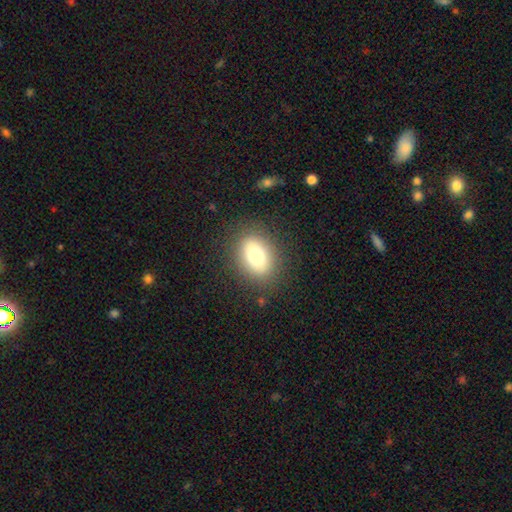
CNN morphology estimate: Smooth or featured?
  - smooth: 77% *
  - featured or disk: 14%
  - star or artifact: 9%
How rounded?
  - in between: 73% *
  - round: 25%
  - cigar-shaped: 2%
Merging?
  - none: 84% *
  - minor disturbance: 10%
  - major disturbance: 4%
  - merger: 1%